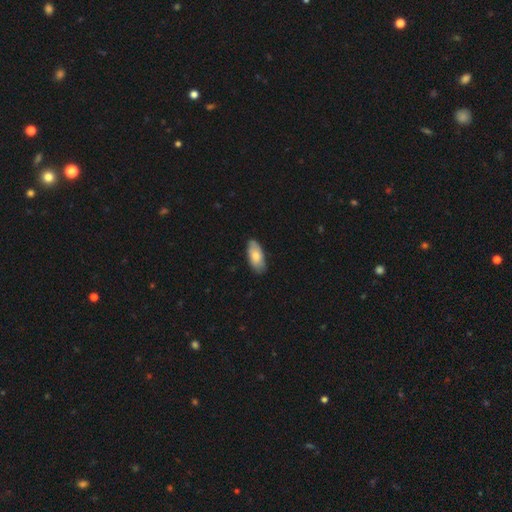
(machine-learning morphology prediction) smooth_or_featured: smooth (p=0.74) [alt: featured or disk p=0.20]
how_rounded: in between (p=0.91) [alt: cigar-shaped p=0.07]
merging: none (p=0.80) [alt: minor disturbance p=0.17]